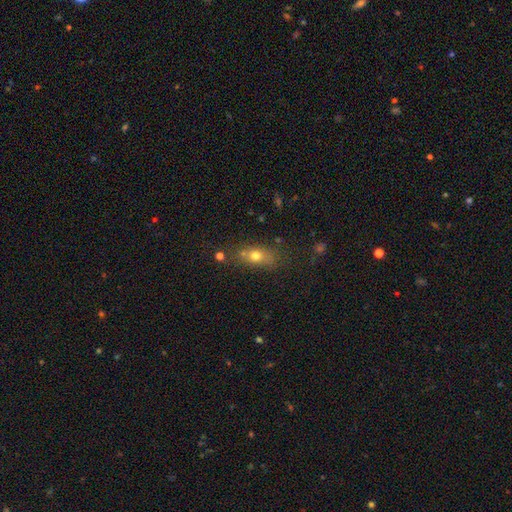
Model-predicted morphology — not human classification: smooth 69%, featured or disk 17%, star or artifact 14%. Down the decision tree: how rounded — in between (65%); merging — none (65%).